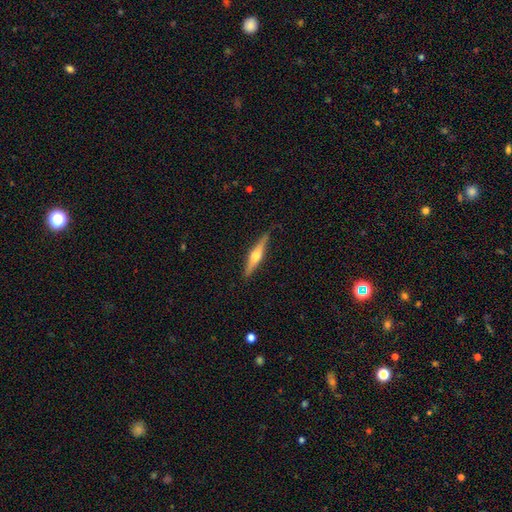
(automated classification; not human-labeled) The model was most divided on "smooth or featured": featured or disk: 65%, smooth: 30%, star or artifact: 5%. More confident: edge-on disk — yes (97%); edge-on bulge — rounded (91%); merging — none (85%).